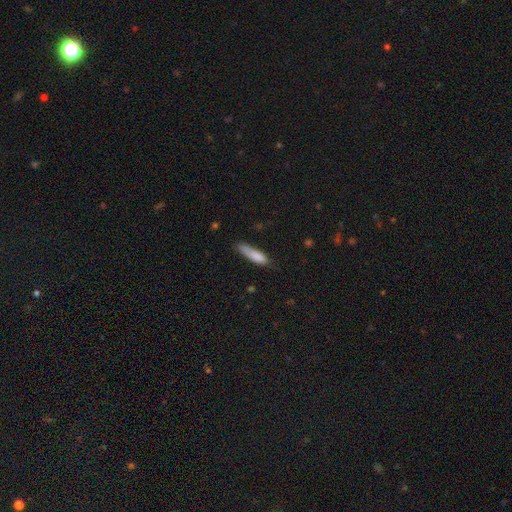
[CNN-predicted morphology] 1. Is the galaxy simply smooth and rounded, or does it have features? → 83% smooth, 11% featured or disk, 7% star or artifact.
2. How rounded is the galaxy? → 70% cigar-shaped, 29% in between, 2% round.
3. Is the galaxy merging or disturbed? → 58% none, 32% minor disturbance, 8% major disturbance, 3% merger.